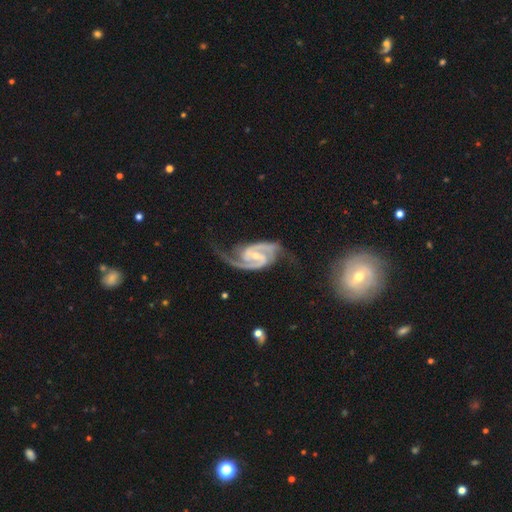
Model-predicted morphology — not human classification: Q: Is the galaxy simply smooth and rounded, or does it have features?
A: featured or disk — 94%.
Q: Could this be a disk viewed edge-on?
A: no — 98%.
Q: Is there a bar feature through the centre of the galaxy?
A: weak — 47%.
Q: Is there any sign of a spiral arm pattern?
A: yes — 99%.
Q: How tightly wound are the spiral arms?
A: medium — 59%.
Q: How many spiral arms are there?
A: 2 — 93%.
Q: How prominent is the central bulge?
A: small — 62%.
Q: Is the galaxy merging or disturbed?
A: none — 66%.